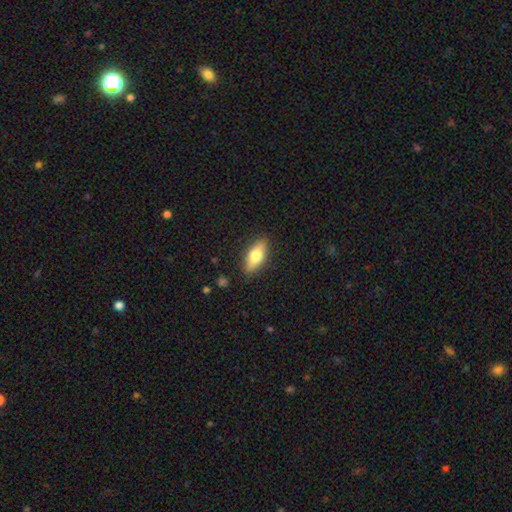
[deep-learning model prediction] smooth-or-featured: smooth: 71% | featured or disk: 23% | star or artifact: 7%
  how-rounded: in between: 79% | cigar-shaped: 17% | round: 4%
  merging: none: 87% | minor disturbance: 10% | major disturbance: 2% | merger: 1%